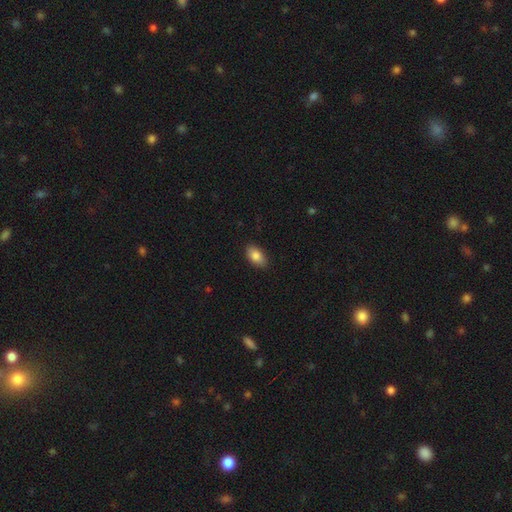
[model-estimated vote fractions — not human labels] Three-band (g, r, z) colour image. It shows a smooth galaxy with no disk features (85%) that is in between round and cigar-shaped (92%). Merging: none (87%).